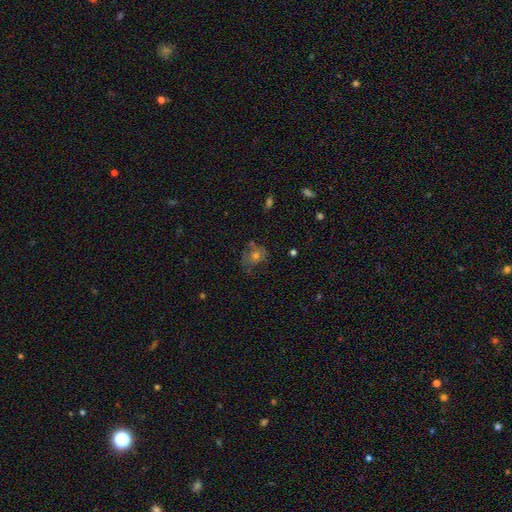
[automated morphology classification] A smooth galaxy with no disk features (48%).

Vote fractions:
- Smooth or featured? smooth: 48% / featured or disk: 34% / star or artifact: 18%
- Merging? none: 55% / minor disturbance: 25% / major disturbance: 16% / merger: 5%